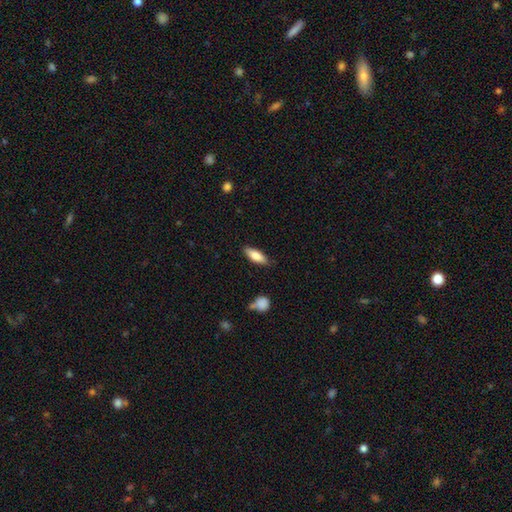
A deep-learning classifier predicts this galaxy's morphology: type=smooth (78%); roundness=in between (65%); merging=none (83%).